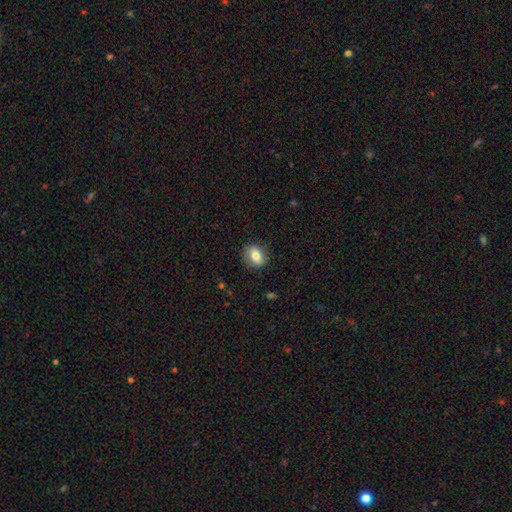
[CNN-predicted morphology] smooth 72%, featured or disk 19%, star or artifact 8%. Down the decision tree: how rounded — in between (52%); merging — none (83%).